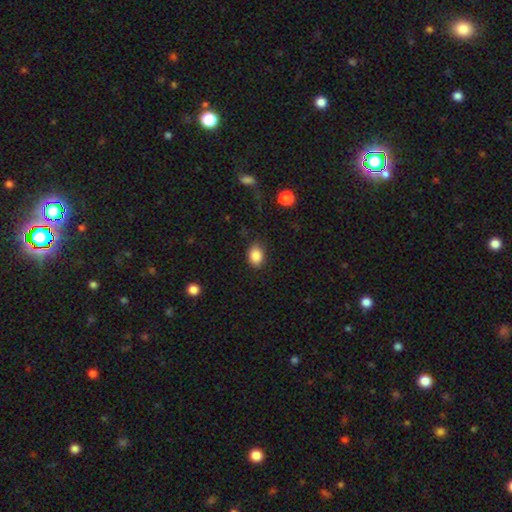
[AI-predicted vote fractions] Smooth or featured? Predicted: smooth (p=0.86). How rounded? Predicted: in between (p=0.64). Merging? Predicted: none (p=0.81).